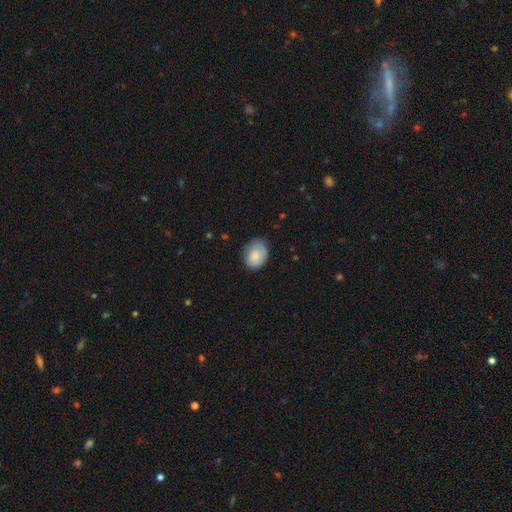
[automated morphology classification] Smooth or featured? smooth (72%)
How rounded? in between (55%)
Merging? none (66%)